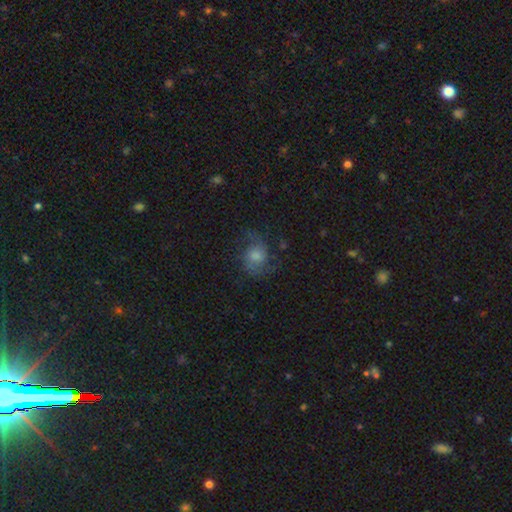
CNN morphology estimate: This is possibly a featured or disk galaxy (52%). It is clearly not viewed edge-on (97%). Bar: likely no (71%). Spiral arm pattern: clearly yes (88%). Central bulge: marginally moderate (44%). Merging: likely none (63%).